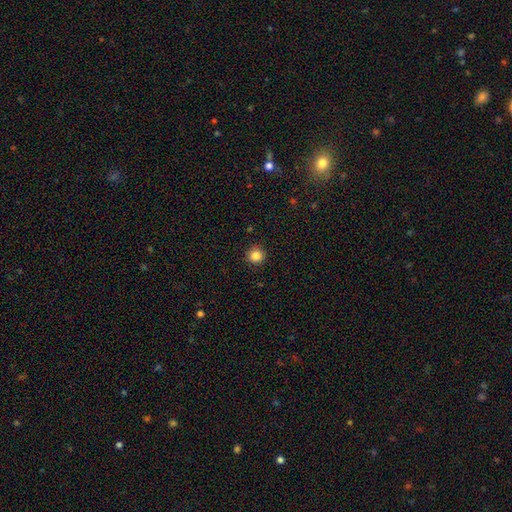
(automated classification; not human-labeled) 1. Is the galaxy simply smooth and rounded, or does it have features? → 85% smooth, 11% star or artifact, 4% featured or disk.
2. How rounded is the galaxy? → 95% round, 4% in between, 1% cigar-shaped.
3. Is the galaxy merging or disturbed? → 92% none, 6% minor disturbance, 2% major disturbance, 1% merger.